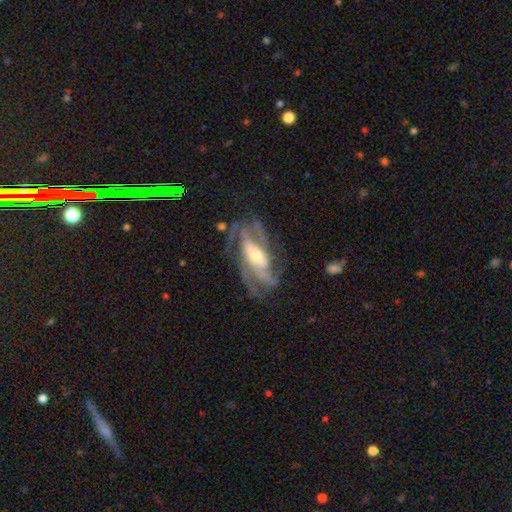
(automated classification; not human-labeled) featured or disk 88%, smooth 7%, star or artifact 5%. Down the decision tree: edge-on disk — no (93%); bar — no (36%); spiral arms — yes (95%); spiral arm count — 3 (35%); spiral winding — medium (46%); bulge size — moderate (55%); merging — none (66%).